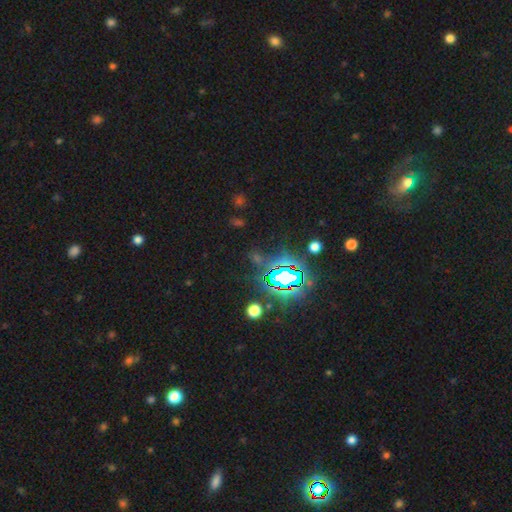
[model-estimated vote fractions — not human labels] Smooth or featured?
  - star or artifact: 77% *
  - smooth: 14%
  - featured or disk: 9%